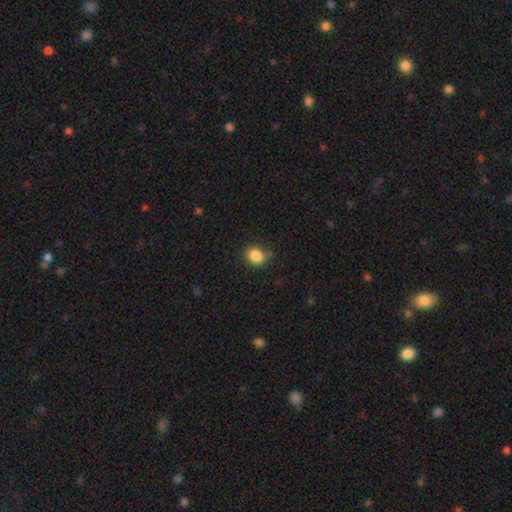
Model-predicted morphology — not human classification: This appears to be a smooth galaxy with no disk features (85%) that is round (75%). Merging: none (79%).